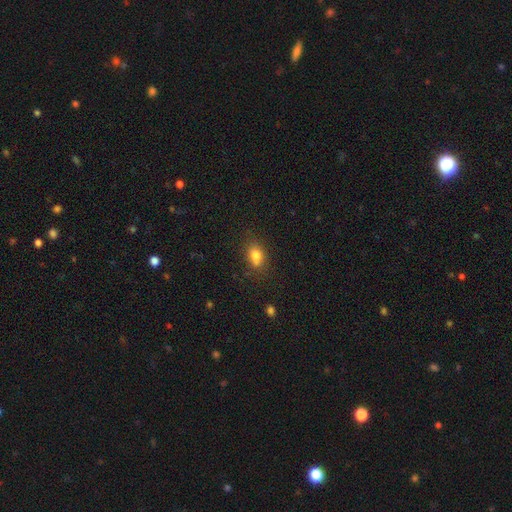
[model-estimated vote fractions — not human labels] smooth_or_featured: smooth (p=0.78) [alt: star or artifact p=0.12]
how_rounded: in between (p=0.71) [alt: round p=0.26]
merging: none (p=0.61) [alt: minor disturbance p=0.19]